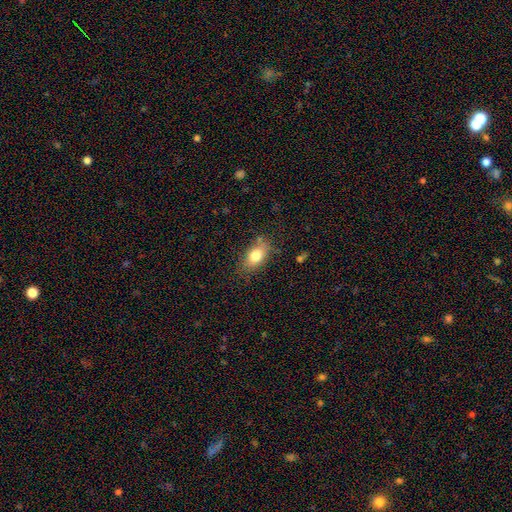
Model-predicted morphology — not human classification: smooth 79%, featured or disk 13%, star or artifact 8%. Down the decision tree: how rounded — in between (87%); merging — none (75%).